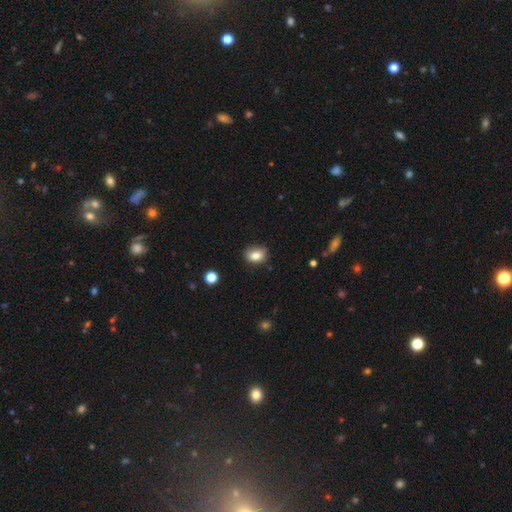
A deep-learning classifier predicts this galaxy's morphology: This is clearly a smooth galaxy (83%). How rounded: likely in between (60%). Merging: likely none (77%).